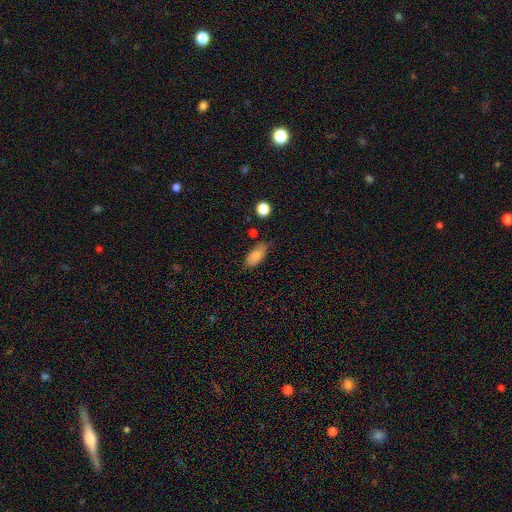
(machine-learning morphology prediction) Smooth or featured?
  - smooth: 80% *
  - featured or disk: 11%
  - star or artifact: 8%
How rounded?
  - in between: 89% *
  - cigar-shaped: 8%
  - round: 3%
Merging?
  - none: 68% *
  - minor disturbance: 23%
  - major disturbance: 5%
  - merger: 4%